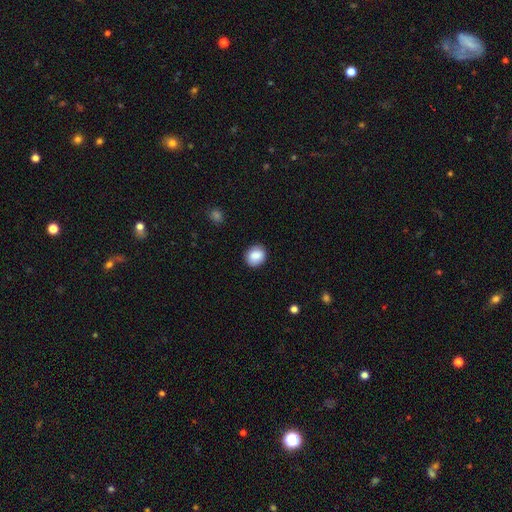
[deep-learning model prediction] A smooth galaxy with no disk features (86%) that is round (65%). Merging: none (86%).